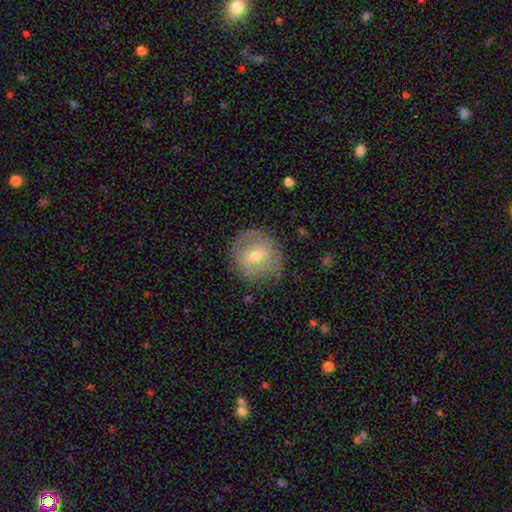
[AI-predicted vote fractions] Morphology: type=smooth (49%); merging=none (78%).